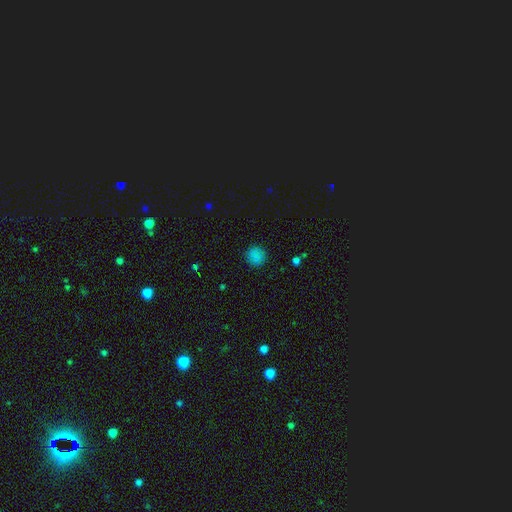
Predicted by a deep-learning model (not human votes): This is clearly a smooth galaxy (84%). How rounded: clearly round (92%). Merging: clearly none (89%).